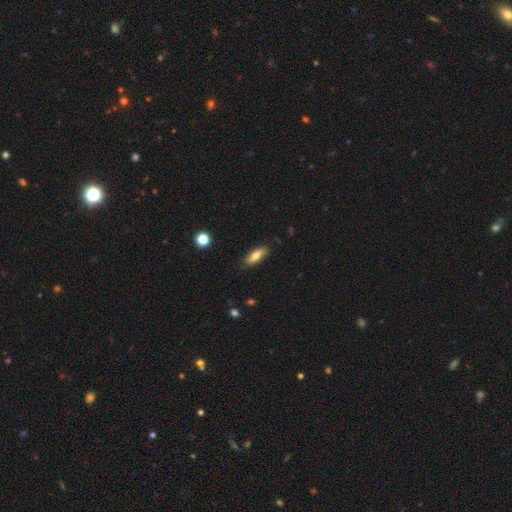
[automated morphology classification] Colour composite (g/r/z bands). It shows a smooth galaxy with no disk features (75%) that is in between round and cigar-shaped (69%). Merging: none (85%).